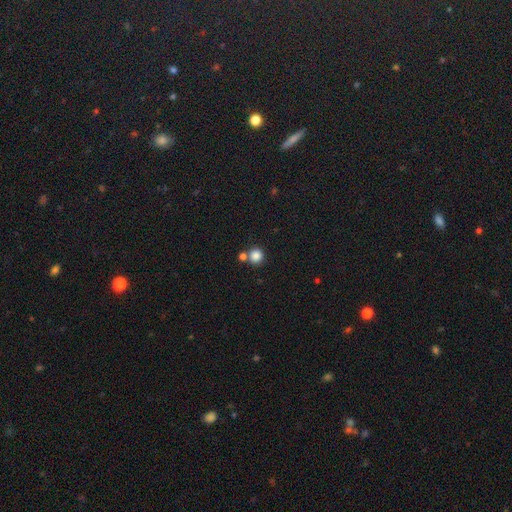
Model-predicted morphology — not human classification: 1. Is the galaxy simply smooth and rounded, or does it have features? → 84% smooth, 11% star or artifact, 5% featured or disk.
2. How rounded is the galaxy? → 92% round, 7% in between, 1% cigar-shaped.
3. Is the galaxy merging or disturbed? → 69% none, 22% merger, 7% minor disturbance, 3% major disturbance.